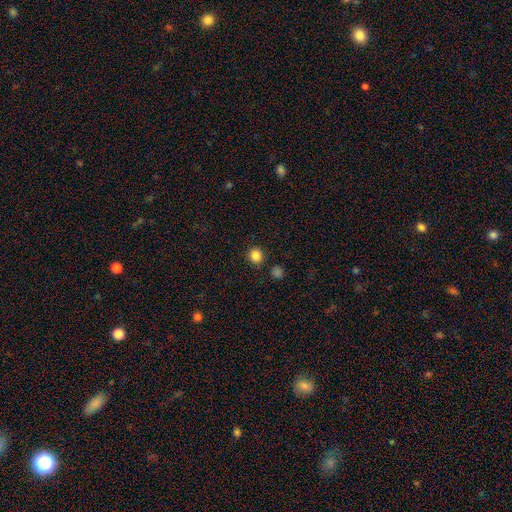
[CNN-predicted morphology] smooth-or-featured: smooth: 85% | star or artifact: 12% | featured or disk: 4%
  how-rounded: round: 91% | in between: 8% | cigar-shaped: 1%
  merging: none: 89% | minor disturbance: 6% | merger: 3% | major disturbance: 2%